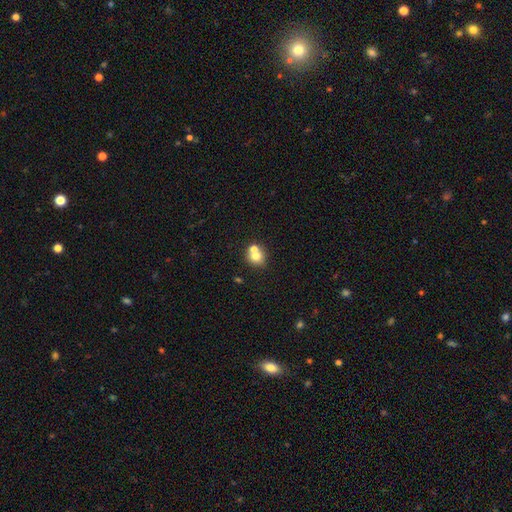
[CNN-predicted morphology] Smooth or featured: smooth — 72% (featured or disk — 16%)
How rounded: round — 79% (in between — 20%)
Merging: none — 45% (tied with merger — 45%)